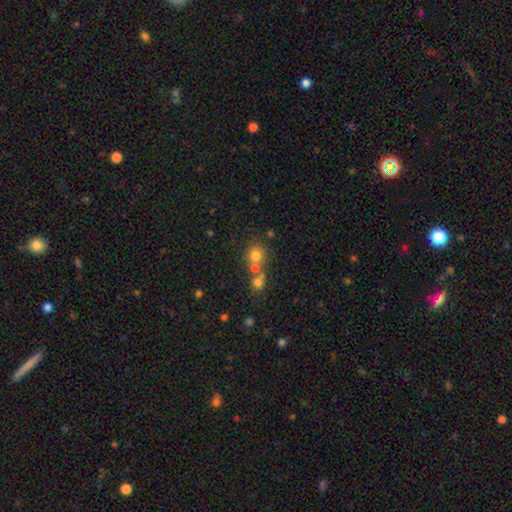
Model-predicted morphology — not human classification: A smooth galaxy with no disk features (73%) that is round (82%).

Vote fractions:
- Smooth or featured? smooth: 73% / star or artifact: 15% / featured or disk: 11%
- How rounded? round: 82% / in between: 17% / cigar-shaped: 1%
- Merging? none: 48% / merger: 40% / minor disturbance: 8% / major disturbance: 4%